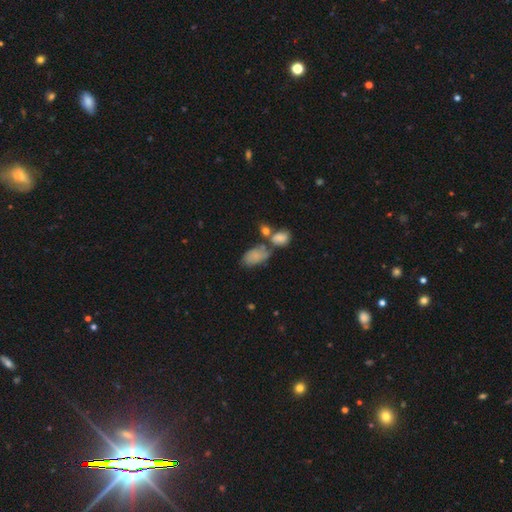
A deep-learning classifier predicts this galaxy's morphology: Smooth or featured? Predicted: smooth (p=0.73). How rounded? Predicted: in between (p=0.92). Merging? Predicted: none (p=0.41).